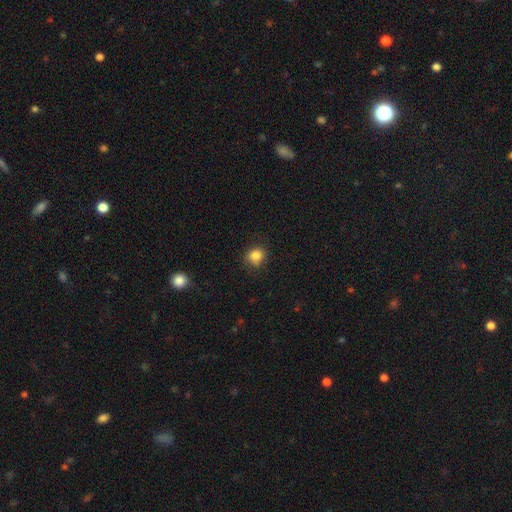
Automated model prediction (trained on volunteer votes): A smooth galaxy with no disk features (83%) that is round (73%).

Vote fractions:
- Smooth or featured? smooth: 83% / star or artifact: 11% / featured or disk: 6%
- How rounded? round: 73% / in between: 26% / cigar-shaped: 1%
- Merging? none: 77% / minor disturbance: 18% / major disturbance: 4% / merger: 2%